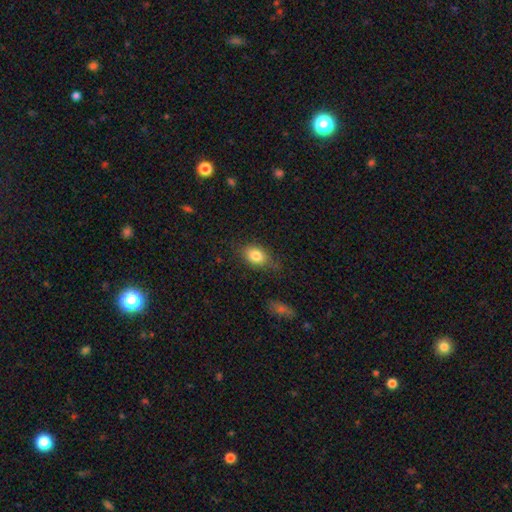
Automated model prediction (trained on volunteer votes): This is clearly a smooth galaxy (83%). How rounded: likely in between (76%). Merging: likely none (71%).